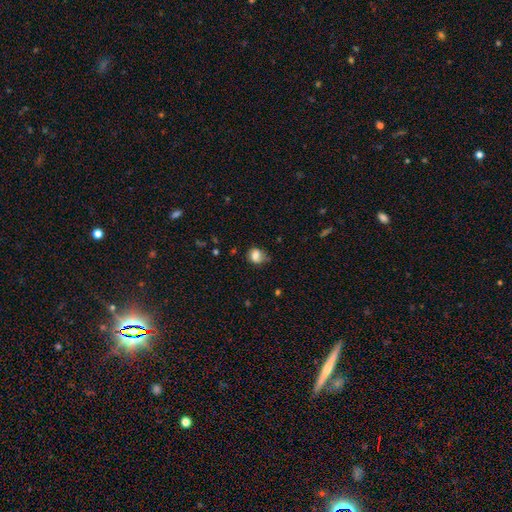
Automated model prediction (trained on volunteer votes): smooth-or-featured: smooth: 77% | featured or disk: 13% | star or artifact: 10%
  how-rounded: round: 59% | in between: 40% | cigar-shaped: 1%
  merging: none: 51% | minor disturbance: 34% | major disturbance: 12% | merger: 3%